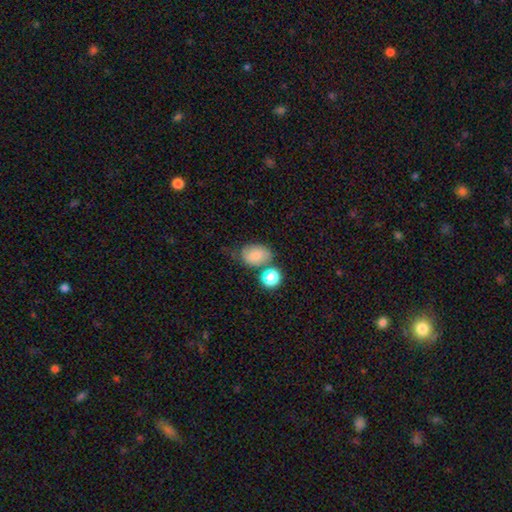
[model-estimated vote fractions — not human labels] smooth_or_featured: smooth (p=0.80) [alt: featured or disk p=0.11]
how_rounded: in between (p=0.73) [alt: round p=0.25]
merging: none (p=0.56) [alt: minor disturbance p=0.21]